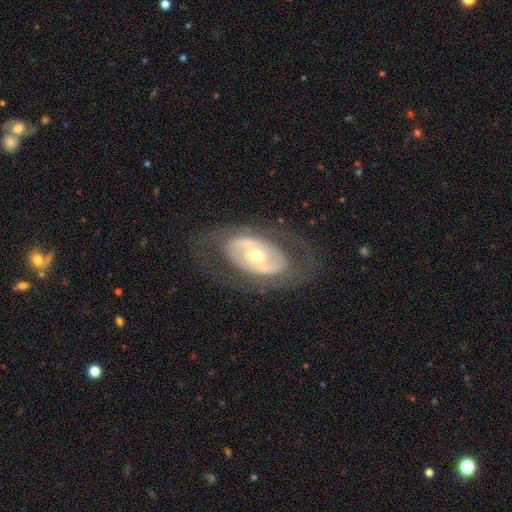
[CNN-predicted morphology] Q: Smooth or featured?
A: featured or disk (73%); runner-up: smooth (21%)
Q: Edge-on disk?
A: no (91%); runner-up: yes (9%)
Q: Bar?
A: no (63%); runner-up: weak (22%)
Q: Spiral arms?
A: no (63%); runner-up: yes (37%)
Q: Bulge size?
A: moderate (61%); runner-up: small (32%)
Q: Merging?
A: none (74%); runner-up: minor disturbance (13%)